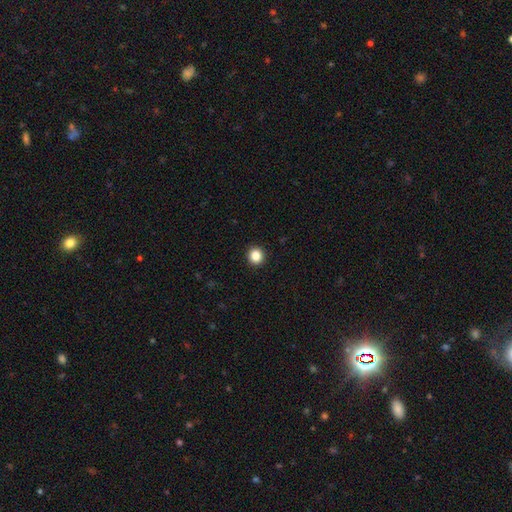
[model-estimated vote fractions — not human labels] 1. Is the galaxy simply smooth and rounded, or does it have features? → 85% smooth, 11% star or artifact, 4% featured or disk.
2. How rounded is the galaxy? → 93% round, 6% in between, 1% cigar-shaped.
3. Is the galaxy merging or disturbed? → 93% none, 4% minor disturbance, 1% major disturbance, 1% merger.